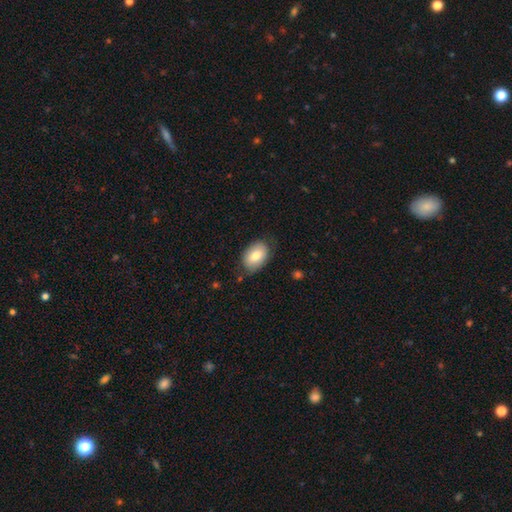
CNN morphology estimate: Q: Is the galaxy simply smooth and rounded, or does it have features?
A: smooth — 76%.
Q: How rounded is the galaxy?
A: in between — 87%.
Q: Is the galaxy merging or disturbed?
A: none — 72%.